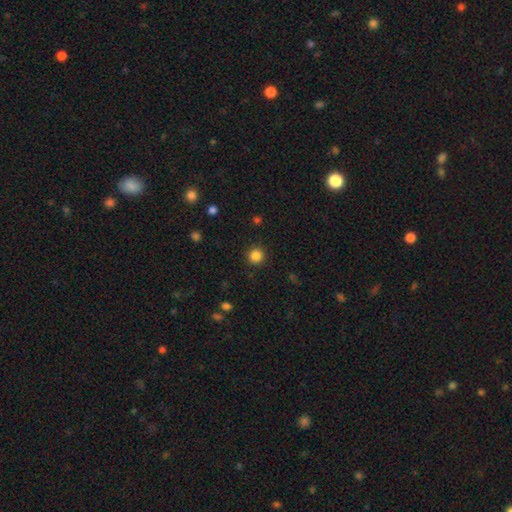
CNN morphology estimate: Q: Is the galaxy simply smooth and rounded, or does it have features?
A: smooth — 85%.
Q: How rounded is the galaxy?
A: round — 94%.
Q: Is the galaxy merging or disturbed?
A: none — 91%.